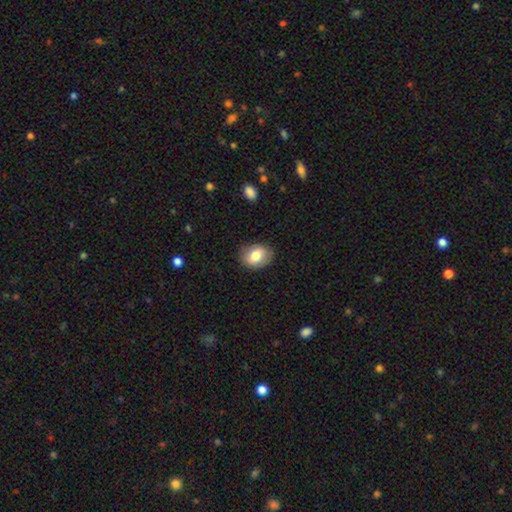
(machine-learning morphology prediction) A smooth galaxy with no disk features (78%) that is in between round and cigar-shaped (70%). Merging: none (84%).